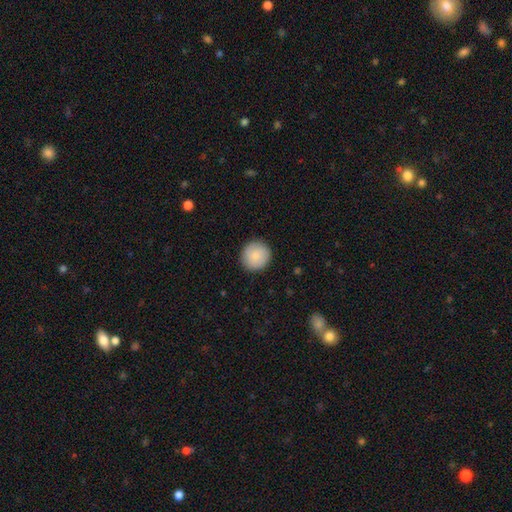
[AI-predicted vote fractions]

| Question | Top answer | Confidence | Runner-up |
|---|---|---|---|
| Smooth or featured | smooth | 86% | featured or disk (7%) |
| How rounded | round | 94% | in between (5%) |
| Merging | none | 91% | minor disturbance (6%) |